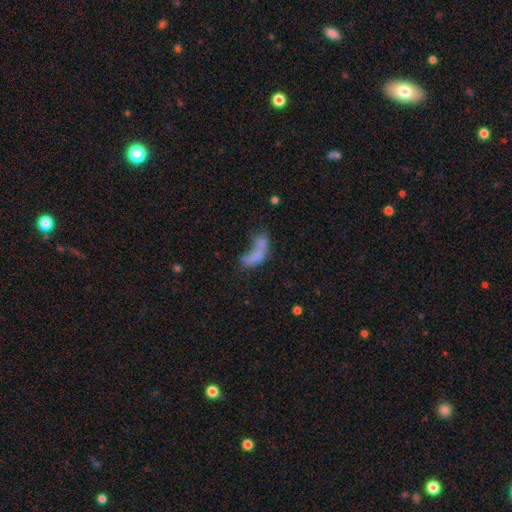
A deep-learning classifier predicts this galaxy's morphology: smooth 60%, featured or disk 28%, star or artifact 13%. Down the decision tree: how rounded — in between (82%); merging — merger (44%).